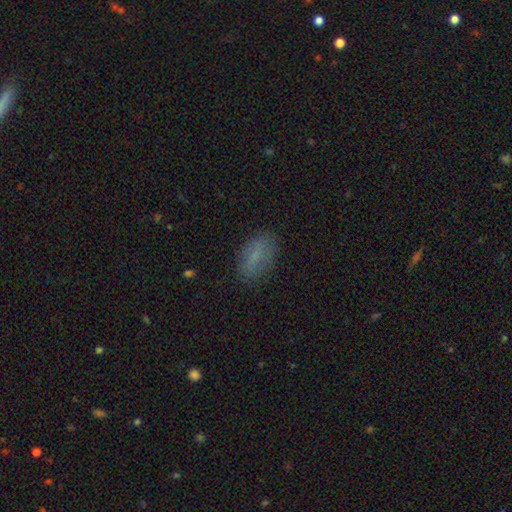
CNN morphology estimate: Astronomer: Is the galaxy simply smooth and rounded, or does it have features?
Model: smooth — 75%.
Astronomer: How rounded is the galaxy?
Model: in between — 87%.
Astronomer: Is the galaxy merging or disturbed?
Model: none — 79%.